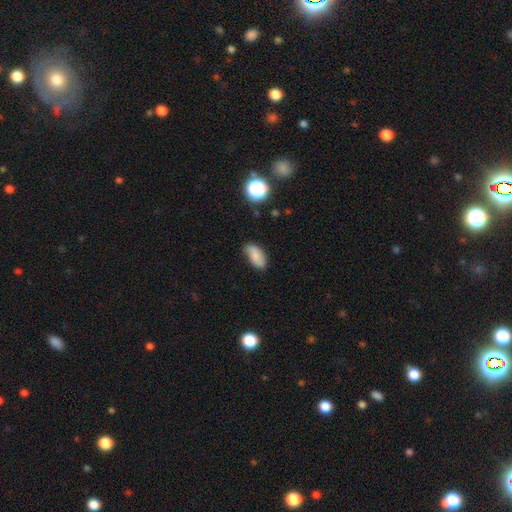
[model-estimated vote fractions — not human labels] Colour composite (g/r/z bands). It shows a smooth galaxy with no disk features (78%) that is in between round and cigar-shaped (91%). Merging: none (69%).